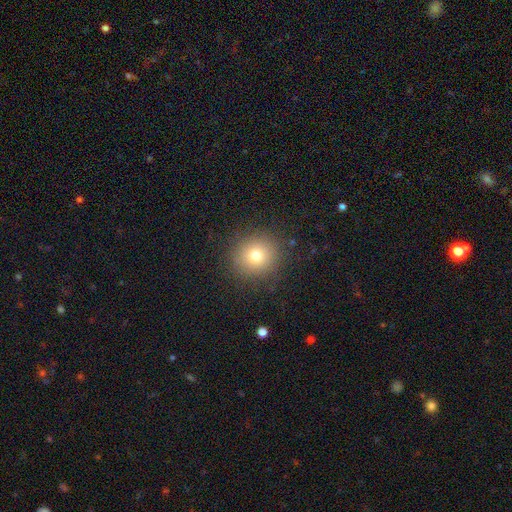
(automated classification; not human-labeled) Smooth or featured? Predicted: smooth (p=0.76). How rounded? Predicted: round (p=0.91). Merging? Predicted: none (p=0.88).